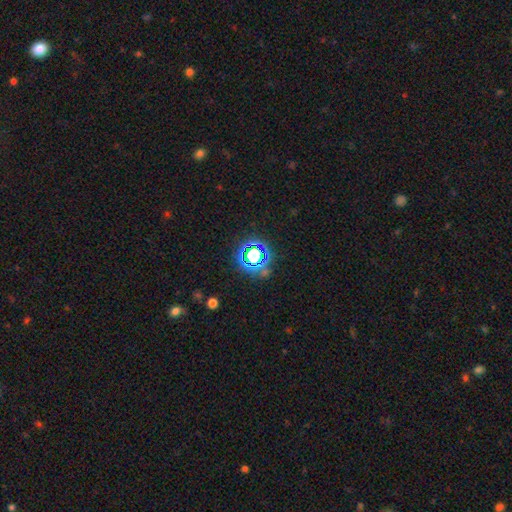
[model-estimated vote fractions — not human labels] Smooth or featured? Predicted: star or artifact (p=0.66).